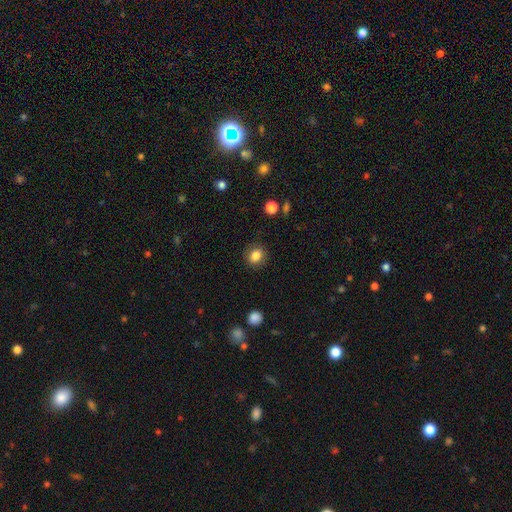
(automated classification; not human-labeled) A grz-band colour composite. It shows a smooth galaxy with no disk features (84%) that is round (65%). Merging: none (87%).